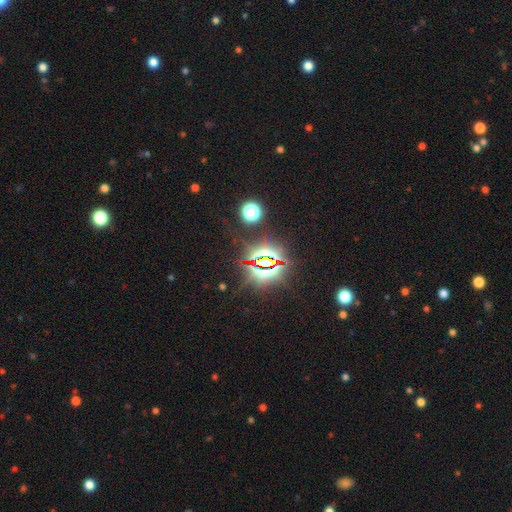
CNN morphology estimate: Smooth or featured? star or artifact (83%)